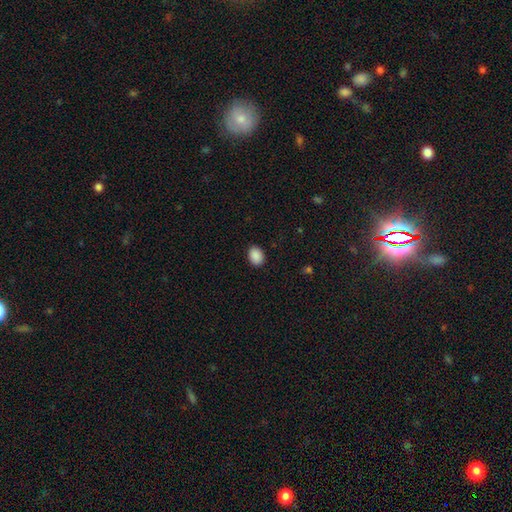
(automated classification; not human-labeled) Smooth or featured? Predicted: smooth (p=0.90). How rounded? Predicted: in between (p=0.69). Merging? Predicted: none (p=0.89).